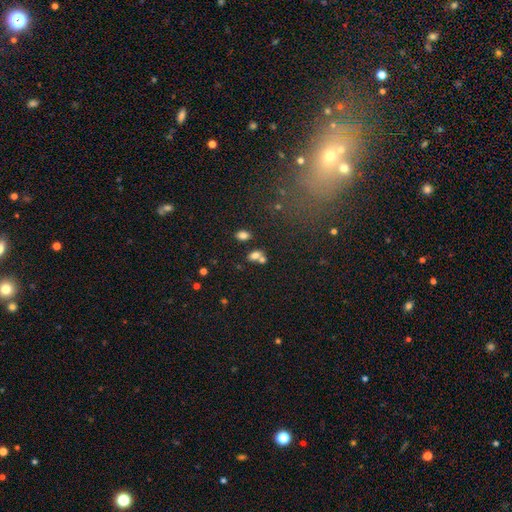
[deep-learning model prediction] Smooth or featured? smooth (74%)
How rounded? in between (77%)
Merging? merger (44%)